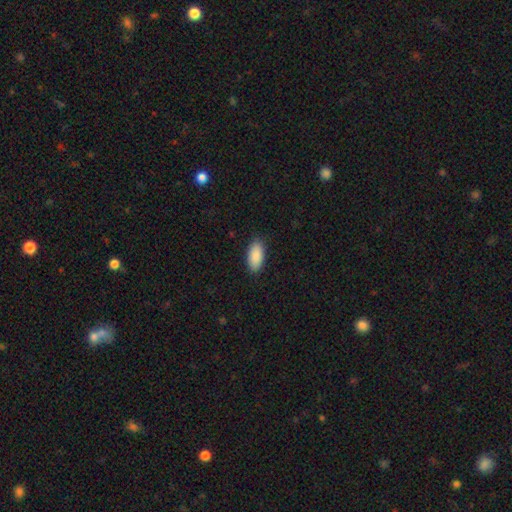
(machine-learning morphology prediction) This is clearly a smooth galaxy (90%). How rounded: clearly in between (93%). Merging: clearly none (88%).